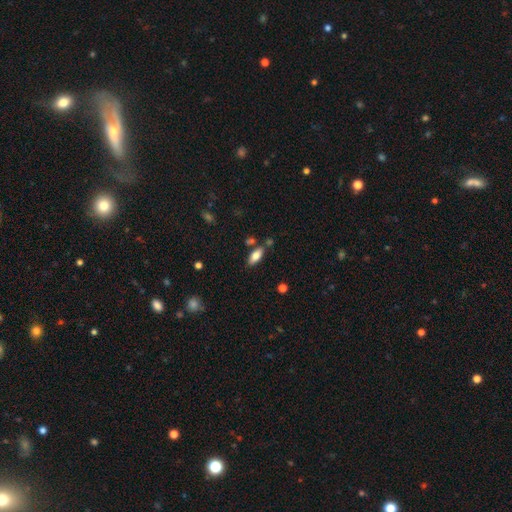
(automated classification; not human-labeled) This is likely a smooth galaxy (79%). How rounded: clearly in between (84%). Merging: likely none (77%).